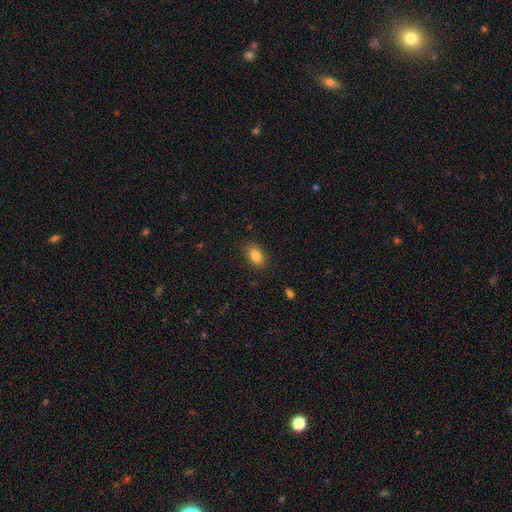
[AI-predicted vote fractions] Morphology: type=smooth (86%); roundness=in between (89%); merging=none (85%).